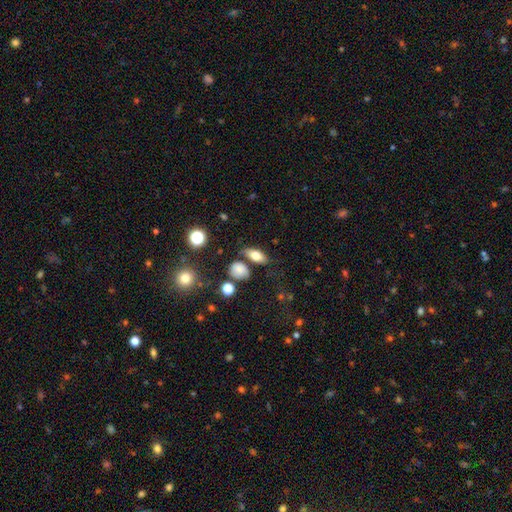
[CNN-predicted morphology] Smooth or featured? Predicted: smooth (p=0.71). How rounded? Predicted: in between (p=0.79). Merging? Predicted: none (p=0.69).